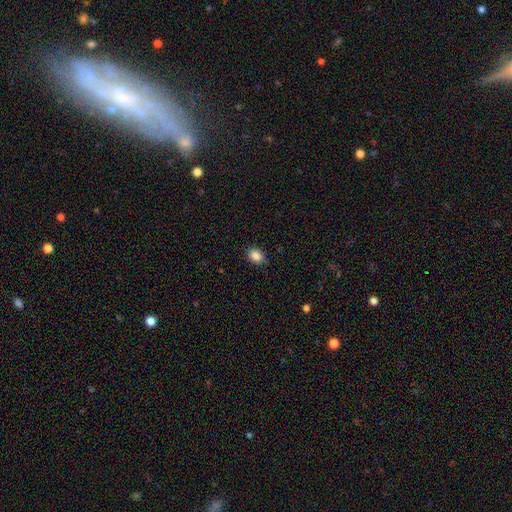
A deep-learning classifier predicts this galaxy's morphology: type=smooth (87%); roundness=in between (73%); merging=none (87%).